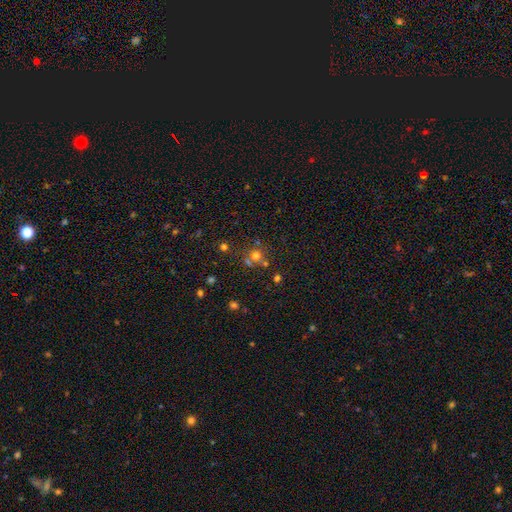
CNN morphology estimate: Smooth or featured: smooth — 62% (star or artifact — 26%)
How rounded: round — 88% (in between — 11%)
Merging: none — 58% (merger — 29%)